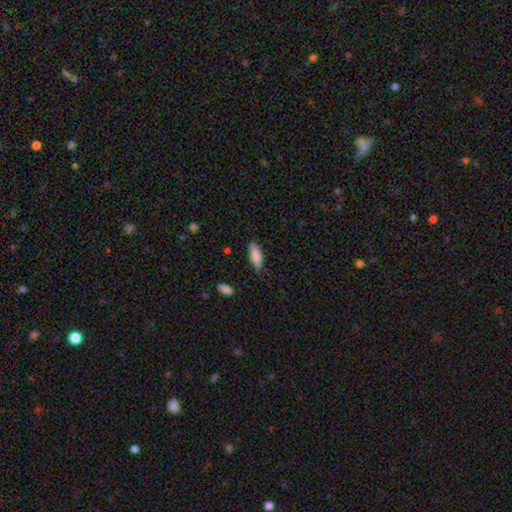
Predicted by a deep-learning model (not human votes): smooth_or_featured: smooth (p=0.85) [alt: featured or disk p=0.09]
how_rounded: in between (p=0.57) [alt: cigar-shaped p=0.42]
merging: none (p=0.78) [alt: minor disturbance p=0.18]